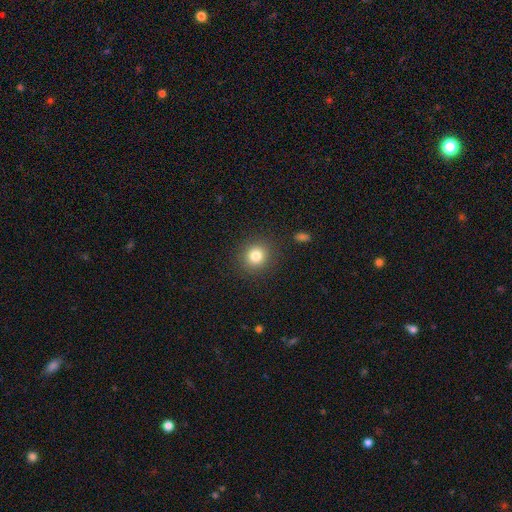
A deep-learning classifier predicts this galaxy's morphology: Smooth or featured: smooth — 82% (star or artifact — 11%)
How rounded: round — 89% (in between — 10%)
Merging: none — 90% (minor disturbance — 6%)